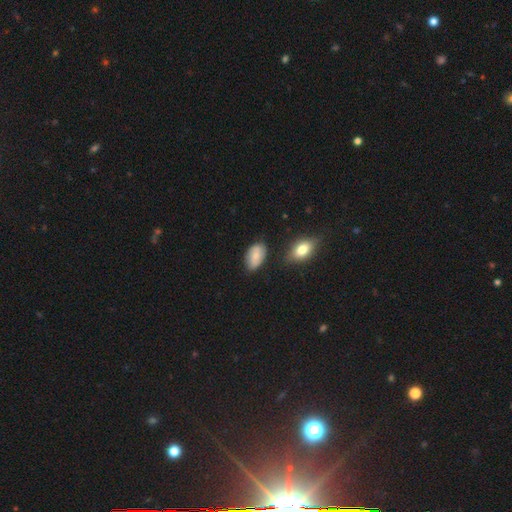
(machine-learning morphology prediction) The model was most divided on "merging": none: 74%, minor disturbance: 19%, merger: 4%, major disturbance: 3%. More confident: how rounded — in between (92%); smooth or featured — smooth (74%).